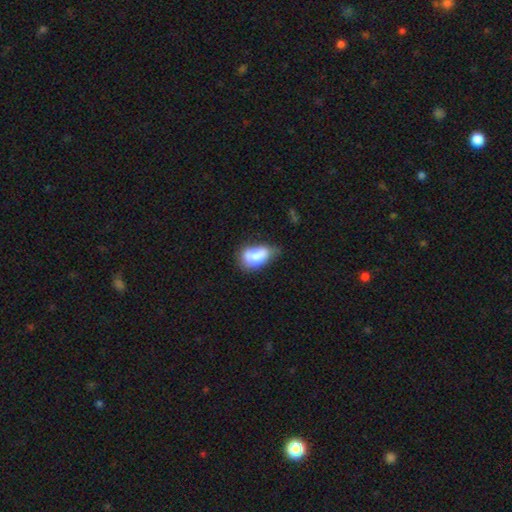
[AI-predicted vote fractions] Smooth or featured: smooth — 81% (featured or disk — 11%)
How rounded: in between — 88% (round — 9%)
Merging: minor disturbance — 43% (none — 40%)